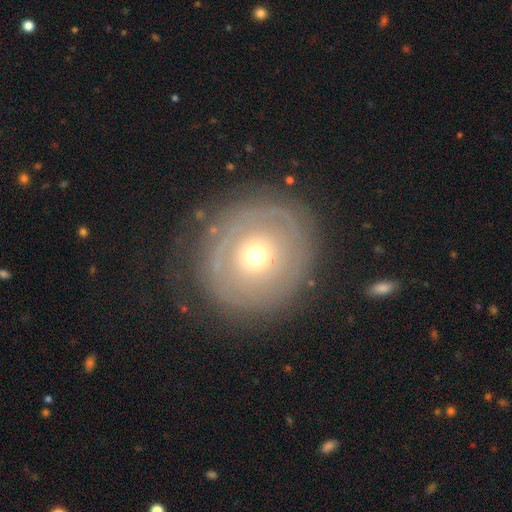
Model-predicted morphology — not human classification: type=featured or disk (57%); edge-on=no (95%); bar=no (89%); spiral arms=no (63%); bulge=small (48%); merging=none (78%).